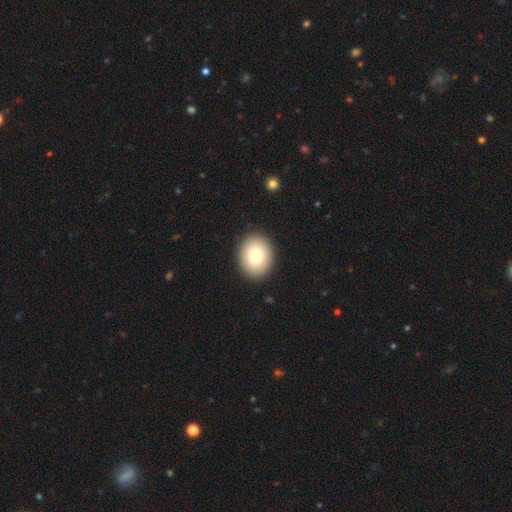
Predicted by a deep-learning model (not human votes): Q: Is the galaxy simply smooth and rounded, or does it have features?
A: smooth — 81%.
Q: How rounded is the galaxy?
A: round — 56%.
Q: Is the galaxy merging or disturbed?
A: none — 90%.